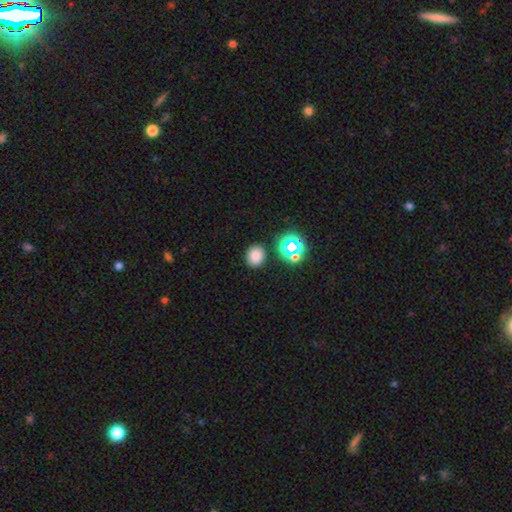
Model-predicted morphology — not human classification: Smooth or featured: smooth — 76% (star or artifact — 18%)
How rounded: round — 66% (in between — 33%)
Merging: none — 85% (minor disturbance — 9%)